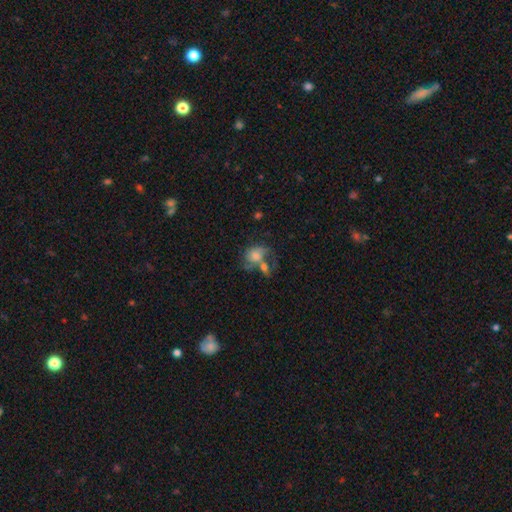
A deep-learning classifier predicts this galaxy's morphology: type=smooth (54%); roundness=in between (58%); merging=merger (43%).